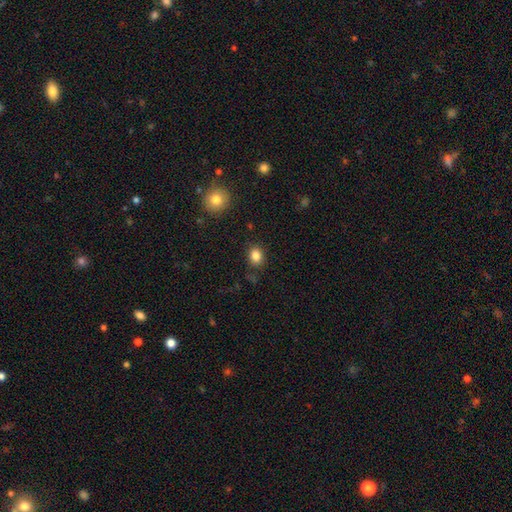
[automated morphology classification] This appears to be a smooth galaxy with no disk features (84%) that is round (54%). Merging: none (84%).